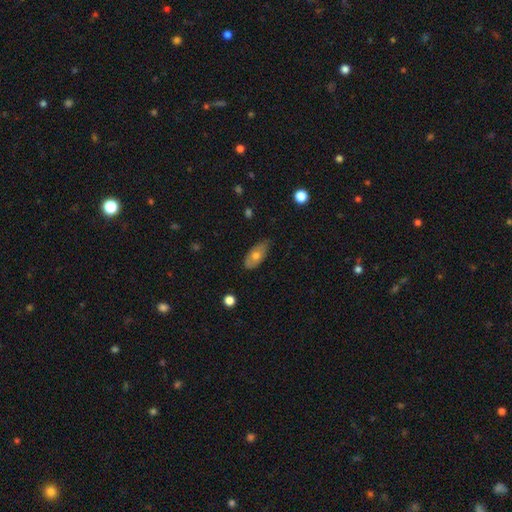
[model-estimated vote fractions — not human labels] Morphology: type=smooth (65%); roundness=in between (89%); merging=none (65%).